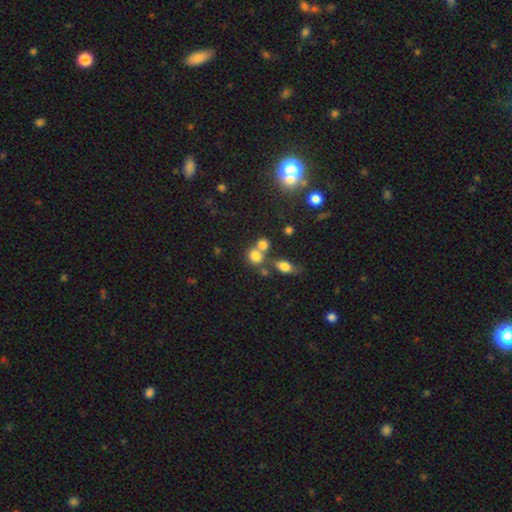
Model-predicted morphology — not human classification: smooth-or-featured: smooth: 76% | star or artifact: 14% | featured or disk: 10%
  how-rounded: round: 75% | in between: 24% | cigar-shaped: 1%
  merging: none: 46% | merger: 40% | minor disturbance: 9% | major disturbance: 5%